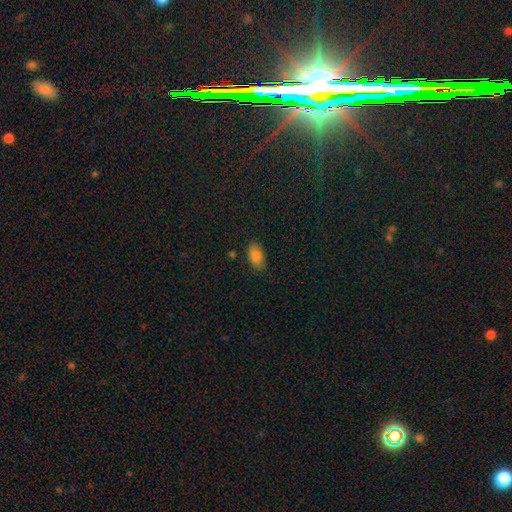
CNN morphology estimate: The model was most divided on "merging": none: 81%, minor disturbance: 14%, major disturbance: 3%, merger: 2%. More confident: how rounded — in between (92%); smooth or featured — smooth (85%).